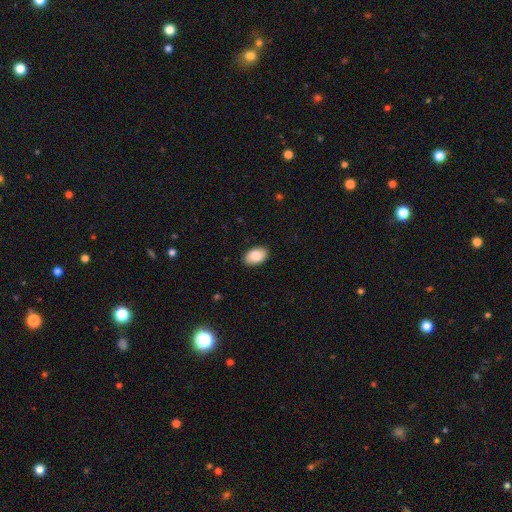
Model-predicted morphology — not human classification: Smooth or featured: smooth — 87% (featured or disk — 6%)
How rounded: in between — 91% (round — 8%)
Merging: none — 88% (minor disturbance — 9%)